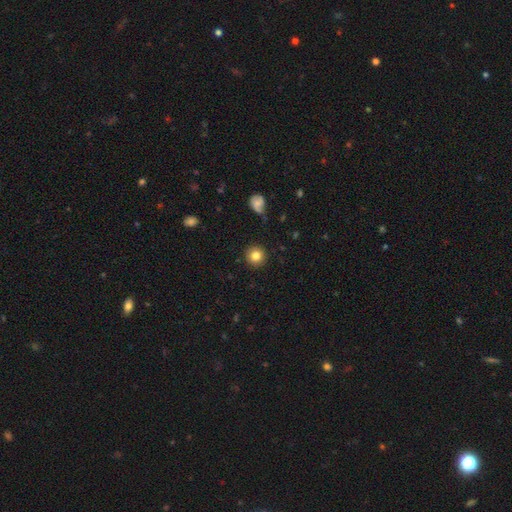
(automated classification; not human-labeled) Smooth or featured?
  - smooth: 82% *
  - star or artifact: 10%
  - featured or disk: 8%
How rounded?
  - round: 94% *
  - in between: 5%
  - cigar-shaped: 1%
Merging?
  - none: 91% *
  - minor disturbance: 6%
  - major disturbance: 2%
  - merger: 1%